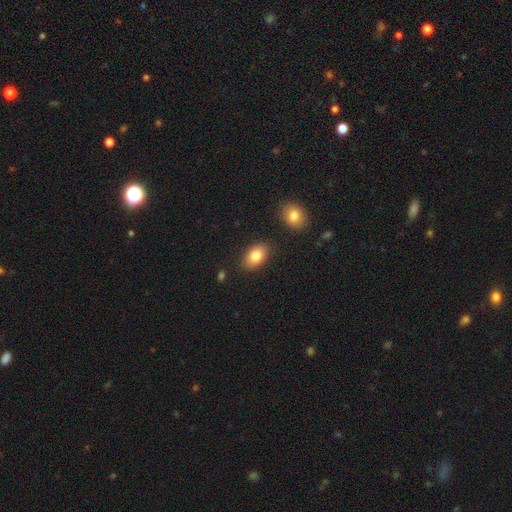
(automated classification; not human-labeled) A smooth galaxy with no disk features (84%) that is in between round and cigar-shaped (88%).

Vote fractions:
- Smooth or featured? smooth: 84% / featured or disk: 9% / star or artifact: 8%
- How rounded? in between: 88% / round: 11% / cigar-shaped: 1%
- Merging? none: 84% / minor disturbance: 10% / merger: 3% / major disturbance: 2%